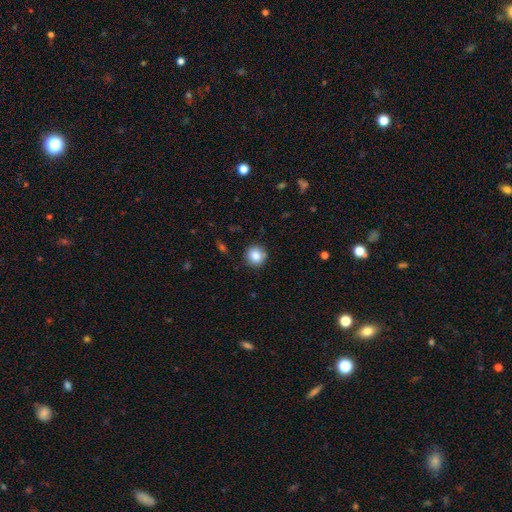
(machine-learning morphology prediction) Overall: smooth (85%). How rounded: round (92%). Merging: none (86%).